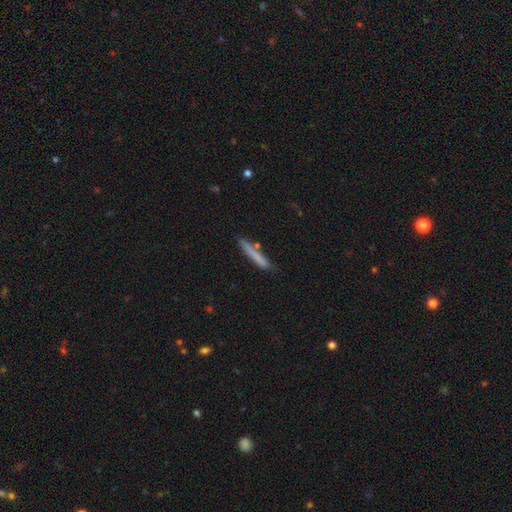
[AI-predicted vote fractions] smooth-or-featured: smooth: 72% | featured or disk: 21% | star or artifact: 7%
  how-rounded: cigar-shaped: 95% | in between: 4% | round: 1%
  merging: none: 80% | minor disturbance: 13% | merger: 5% | major disturbance: 2%